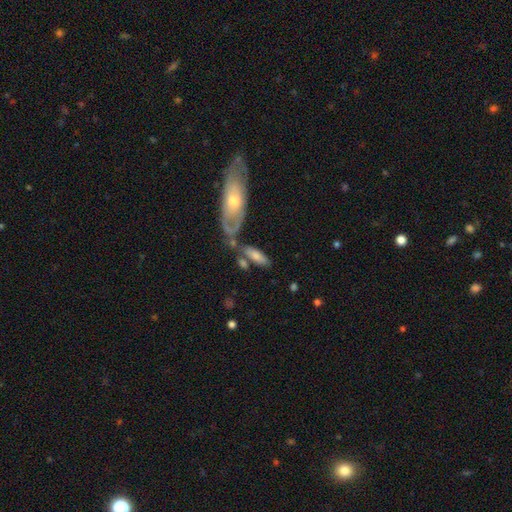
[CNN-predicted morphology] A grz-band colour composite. It shows a smooth galaxy with no disk features (70%) that is in between round and cigar-shaped (69%). Merging: none (48%).